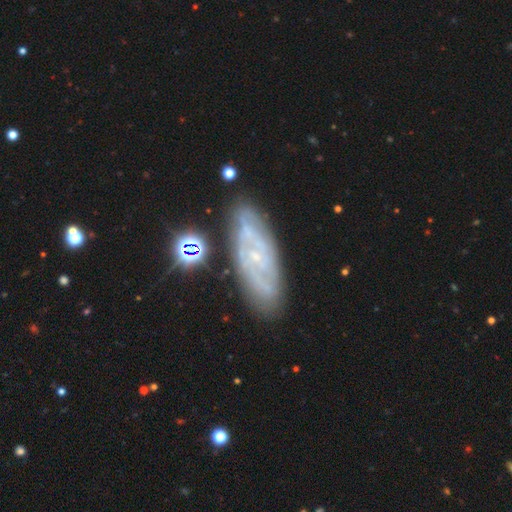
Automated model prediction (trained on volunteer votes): Overall: featured or disk (78%). Edge-on disk: no (88%). Bar: no (59%; weak 31%). Spiral arms: yes (89%). Spiral arm count: can't tell (38%; 2 35%). Spiral winding: tight (57%; medium 33%). Bulge size: small (83%). Merging: none (78%).